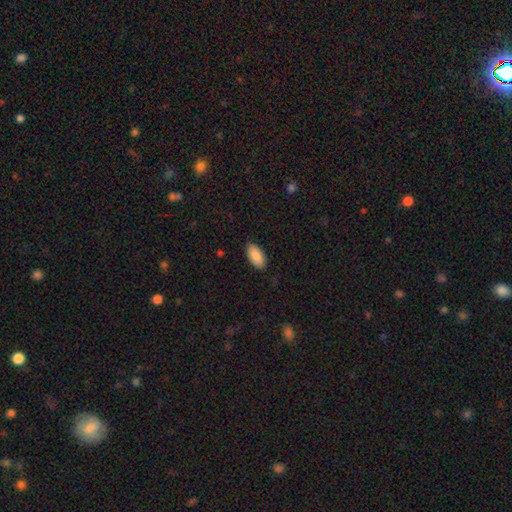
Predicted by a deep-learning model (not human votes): smooth-or-featured: smooth: 90% | star or artifact: 6% | featured or disk: 4%
  how-rounded: in between: 95% | cigar-shaped: 3% | round: 2%
  merging: none: 87% | minor disturbance: 10% | major disturbance: 2% | merger: 1%